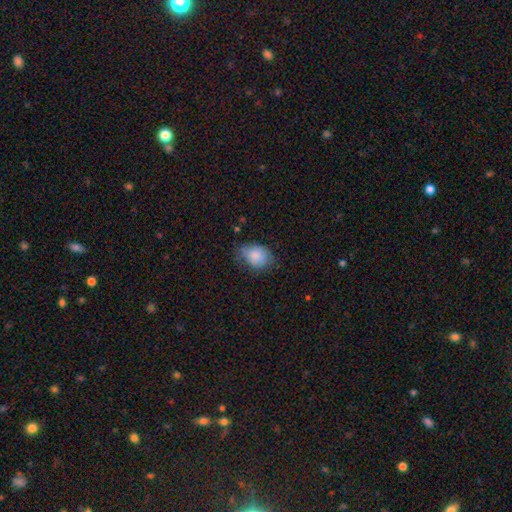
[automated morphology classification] Overall: smooth (82%). How rounded: in between (70%). Merging: none (54%; minor disturbance 34%).